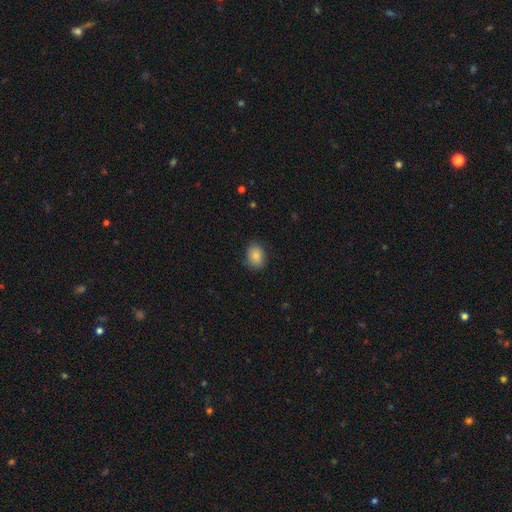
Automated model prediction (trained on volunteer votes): This is clearly a smooth galaxy (84%). How rounded: possibly in between (58%). Merging: likely none (80%).